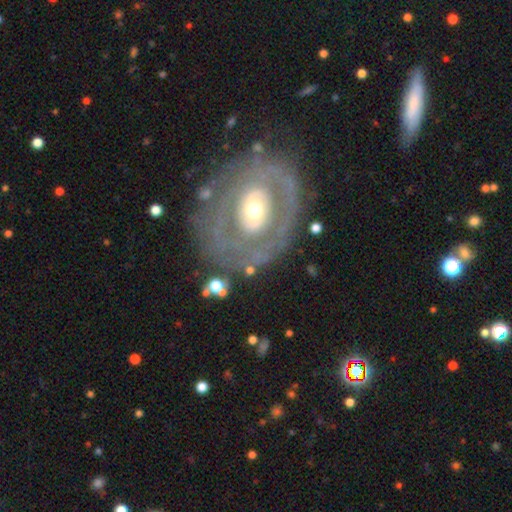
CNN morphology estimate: A featured or disk galaxy (76%) with no bar (65%), no spiral arms (51%) and a moderate central bulge (48%).

Vote fractions:
- Smooth or featured? featured or disk: 76% / smooth: 17% / star or artifact: 6%
- Edge-on disk? no: 95% / yes: 5%
- Bar? no: 65% / weak: 23% / strong: 12%
- Spiral arms? no: 51% / yes: 49%
- Bulge size? moderate: 48% / small: 42% / large: 7% / dominant: 1% / none: 1%
- Merging? none: 72% / minor disturbance: 15% / major disturbance: 10% / merger: 2%